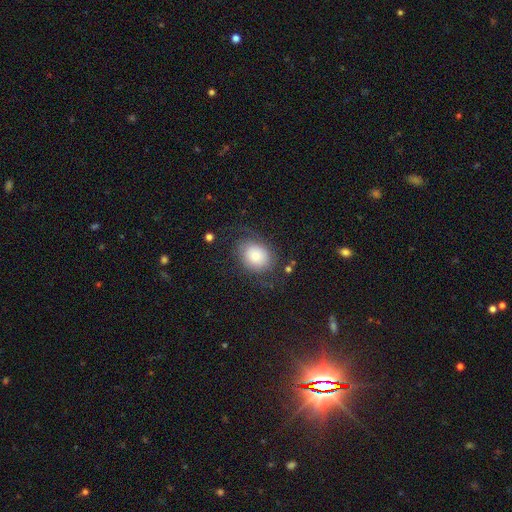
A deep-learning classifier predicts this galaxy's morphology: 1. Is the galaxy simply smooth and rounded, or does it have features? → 68% smooth, 23% featured or disk, 9% star or artifact.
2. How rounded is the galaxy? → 53% in between, 46% round, 1% cigar-shaped.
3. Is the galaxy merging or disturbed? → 62% none, 20% minor disturbance, 16% major disturbance, 2% merger.